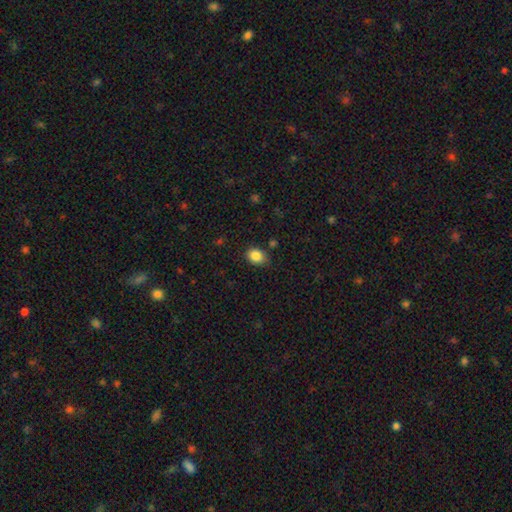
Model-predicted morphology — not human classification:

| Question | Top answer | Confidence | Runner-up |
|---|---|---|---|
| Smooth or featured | smooth | 86% | star or artifact (9%) |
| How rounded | in between | 60% | round (39%) |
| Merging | none | 77% | minor disturbance (17%) |